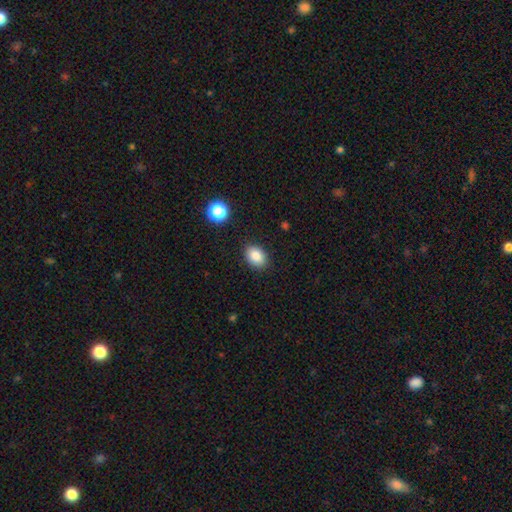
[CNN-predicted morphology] type=smooth (86%); roundness=in between (76%); merging=none (87%).